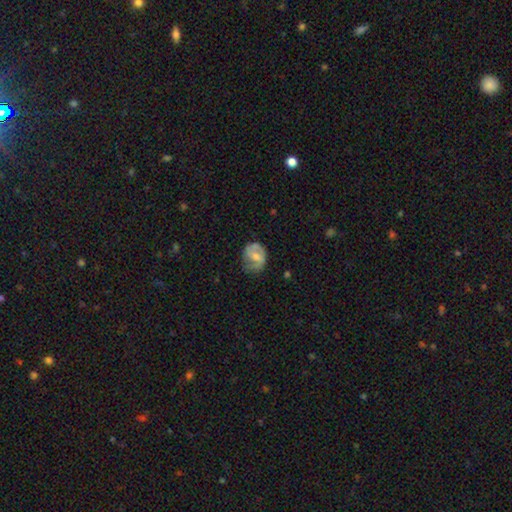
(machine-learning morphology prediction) Smooth or featured?
  - featured or disk: 49% *
  - smooth: 44%
  - star or artifact: 7%
Merging?
  - none: 50% *
  - minor disturbance: 31%
  - major disturbance: 17%
  - merger: 2%